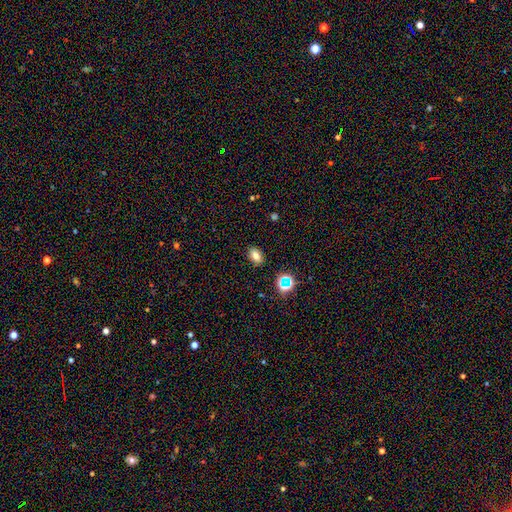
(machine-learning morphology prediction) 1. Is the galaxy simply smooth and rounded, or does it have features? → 74% smooth, 17% star or artifact, 10% featured or disk.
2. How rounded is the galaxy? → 82% in between, 16% round, 2% cigar-shaped.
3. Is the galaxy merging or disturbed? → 87% none, 9% minor disturbance, 2% major disturbance, 2% merger.